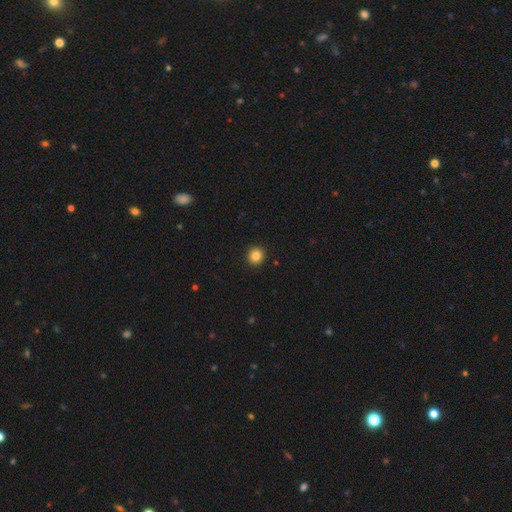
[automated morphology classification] Smooth or featured?
  - smooth: 86% *
  - star or artifact: 11%
  - featured or disk: 4%
How rounded?
  - round: 92% *
  - in between: 7%
  - cigar-shaped: 1%
Merging?
  - none: 93% *
  - minor disturbance: 5%
  - major disturbance: 2%
  - merger: 1%